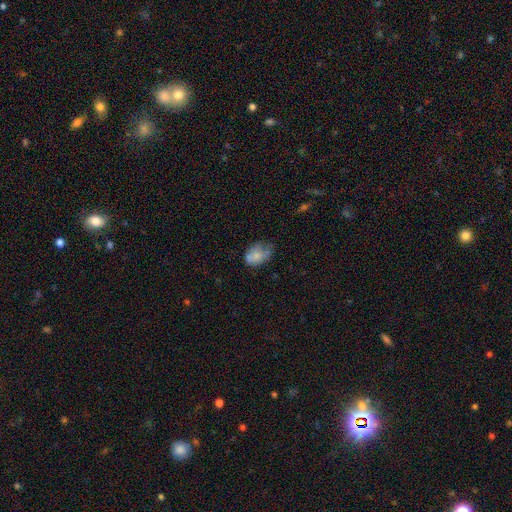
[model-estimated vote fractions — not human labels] smooth-or-featured: smooth: 66% | featured or disk: 24% | star or artifact: 9%
  how-rounded: in between: 77% | round: 22% | cigar-shaped: 1%
  merging: minor disturbance: 37% | none: 36% | major disturbance: 20% | merger: 7%